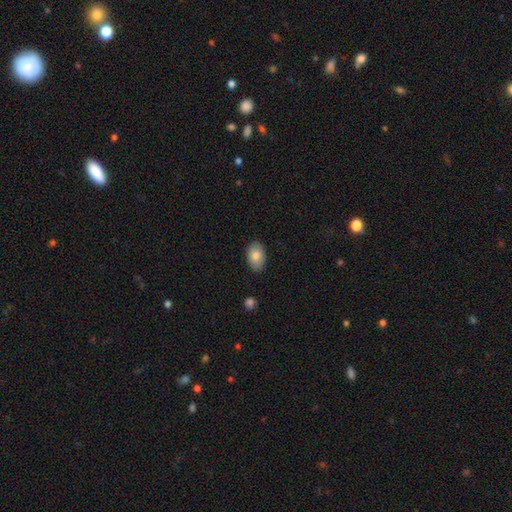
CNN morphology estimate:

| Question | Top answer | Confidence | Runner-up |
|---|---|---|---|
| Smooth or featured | smooth | 83% | featured or disk (11%) |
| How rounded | in between | 91% | round (8%) |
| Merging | none | 86% | minor disturbance (11%) |